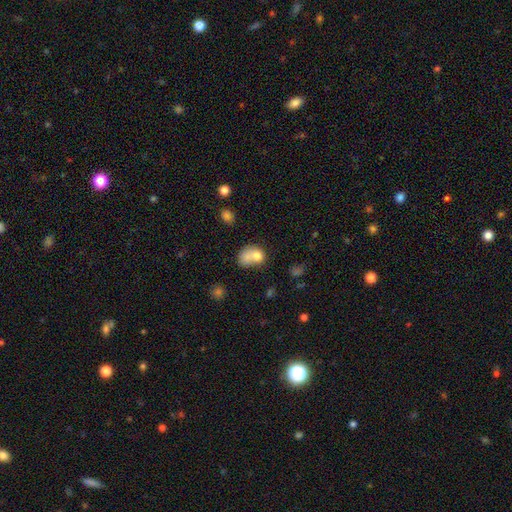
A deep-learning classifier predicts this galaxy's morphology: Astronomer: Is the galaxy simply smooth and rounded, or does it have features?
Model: smooth — 72%.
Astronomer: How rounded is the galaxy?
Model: in between — 56% (runner-up: round, 43%).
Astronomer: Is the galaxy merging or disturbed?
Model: merger — 57%.